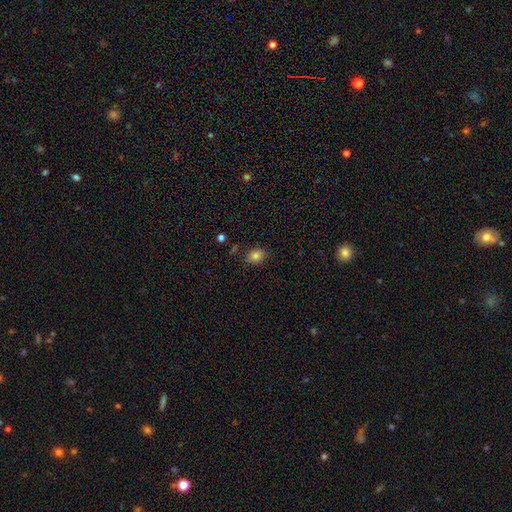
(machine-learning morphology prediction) Smooth or featured? smooth (82%)
How rounded? in between (60%)
Merging? none (83%)